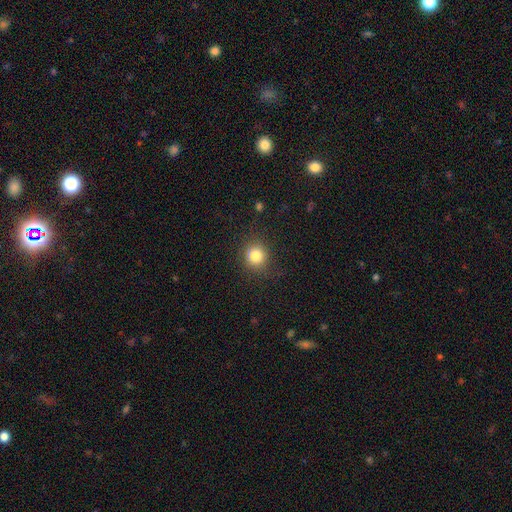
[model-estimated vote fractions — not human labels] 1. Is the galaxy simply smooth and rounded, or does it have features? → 81% smooth, 12% star or artifact, 6% featured or disk.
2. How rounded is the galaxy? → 87% round, 12% in between, 1% cigar-shaped.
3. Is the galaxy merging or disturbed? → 84% none, 11% minor disturbance, 4% major disturbance, 1% merger.